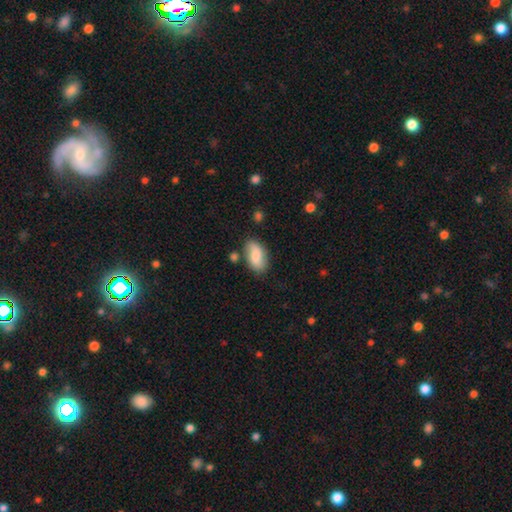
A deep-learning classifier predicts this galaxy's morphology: A smooth galaxy with no disk features (72%) that is in between round and cigar-shaped (92%). Merging: none (71%).